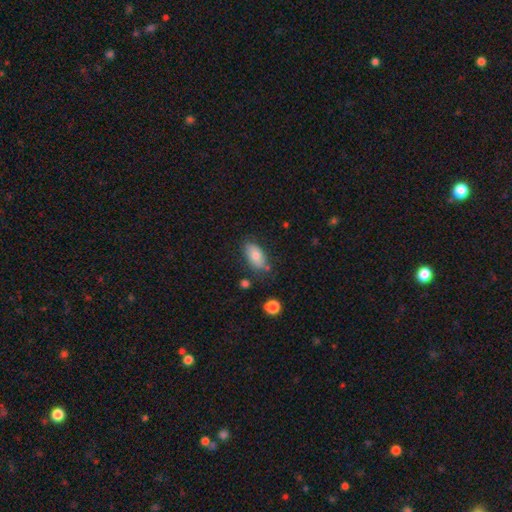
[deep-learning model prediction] Smooth or featured?
  - smooth: 76% *
  - featured or disk: 17%
  - star or artifact: 8%
How rounded?
  - in between: 92% *
  - round: 5%
  - cigar-shaped: 3%
Merging?
  - none: 72% *
  - minor disturbance: 19%
  - merger: 5%
  - major disturbance: 4%